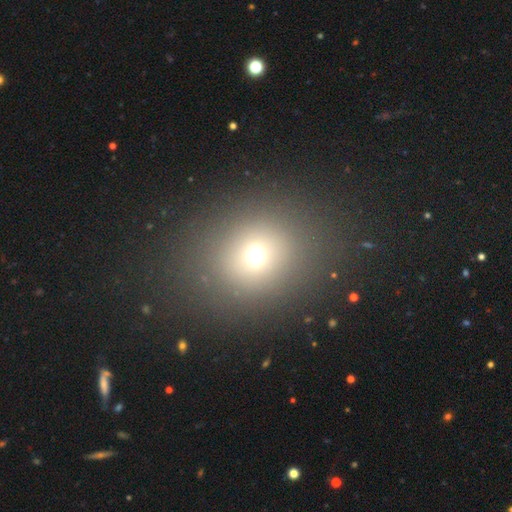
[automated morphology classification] This is likely a smooth galaxy (66%). How rounded: likely round (70%). Merging: clearly none (82%).